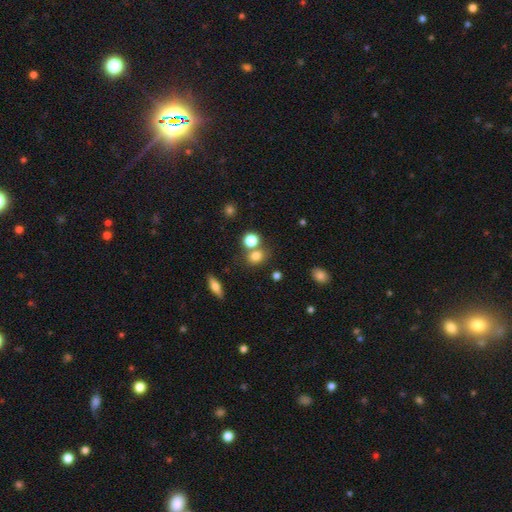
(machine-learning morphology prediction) A smooth galaxy with no disk features (77%) that is round (61%).

Vote fractions:
- Smooth or featured? smooth: 77% / star or artifact: 14% / featured or disk: 9%
- How rounded? round: 61% / in between: 37% / cigar-shaped: 2%
- Merging? none: 57% / merger: 28% / minor disturbance: 11% / major disturbance: 4%